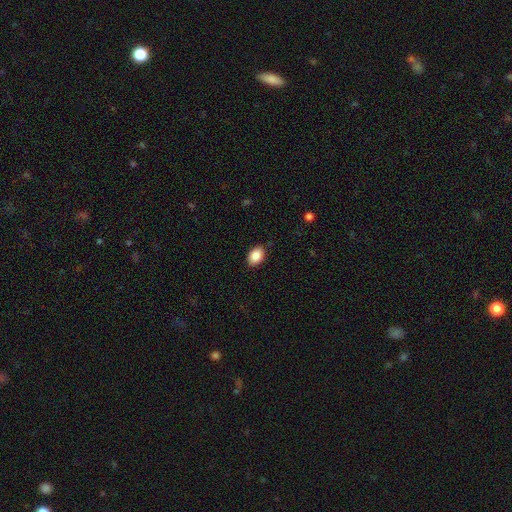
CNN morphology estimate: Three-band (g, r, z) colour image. It shows a smooth galaxy with no disk features (87%) that is in between round and cigar-shaped (83%). Merging: none (88%).